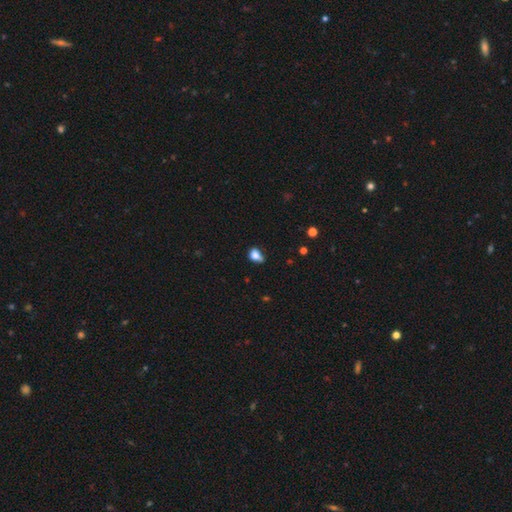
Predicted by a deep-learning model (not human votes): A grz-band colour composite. It shows a smooth galaxy with no disk features (77%) that is in between round and cigar-shaped (63%). Merging: none (38%).